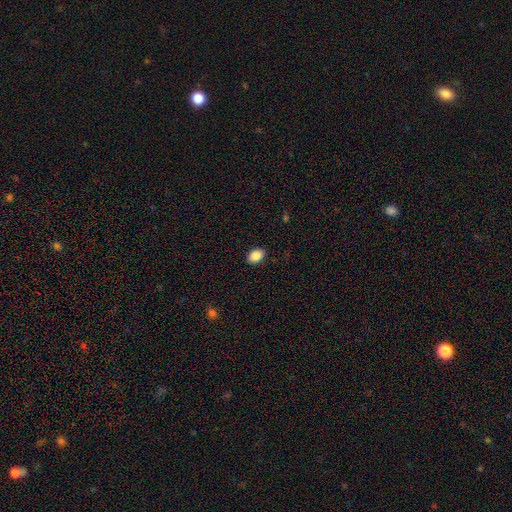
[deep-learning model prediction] Smooth or featured? Predicted: smooth (p=0.88). How rounded? Predicted: in between (p=0.73). Merging? Predicted: none (p=0.90).